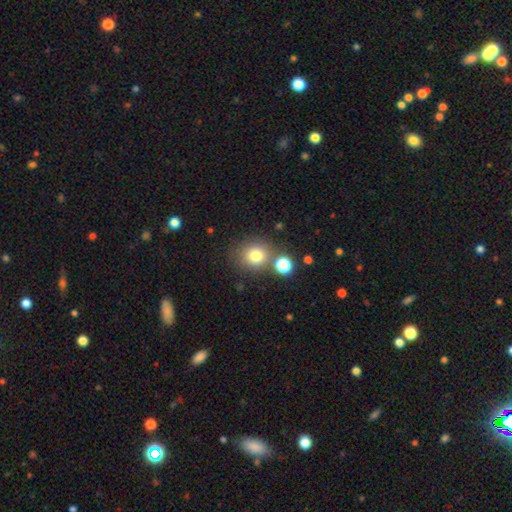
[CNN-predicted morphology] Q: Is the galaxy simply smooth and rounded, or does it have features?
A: smooth — 78%.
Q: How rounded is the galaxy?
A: round — 83%.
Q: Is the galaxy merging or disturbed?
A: none — 73%.